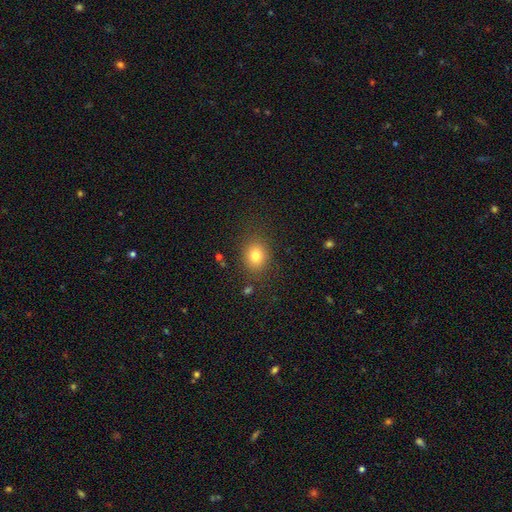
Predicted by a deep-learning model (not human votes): This appears to be a smooth galaxy with no disk features (79%) that is round (61%). Merging: none (83%).